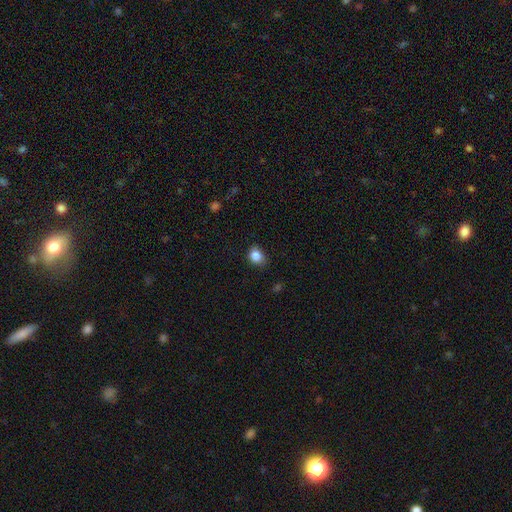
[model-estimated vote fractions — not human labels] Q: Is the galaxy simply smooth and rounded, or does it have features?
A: smooth — 85%.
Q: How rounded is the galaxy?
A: round — 56%.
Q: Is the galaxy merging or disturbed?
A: none — 71%.